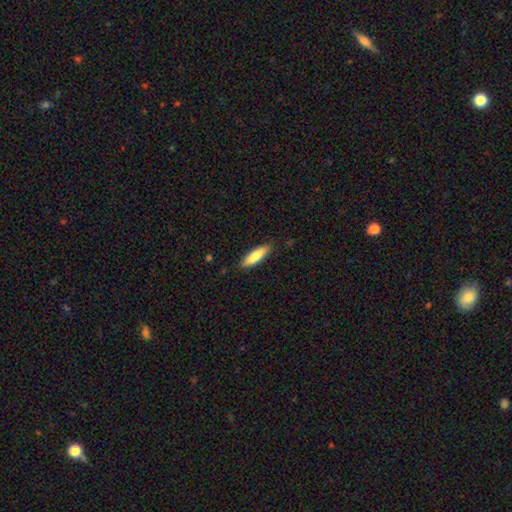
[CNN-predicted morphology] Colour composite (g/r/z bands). It shows a smooth galaxy with no disk features (78%) that is cigar-shaped (58%). Merging: none (88%).